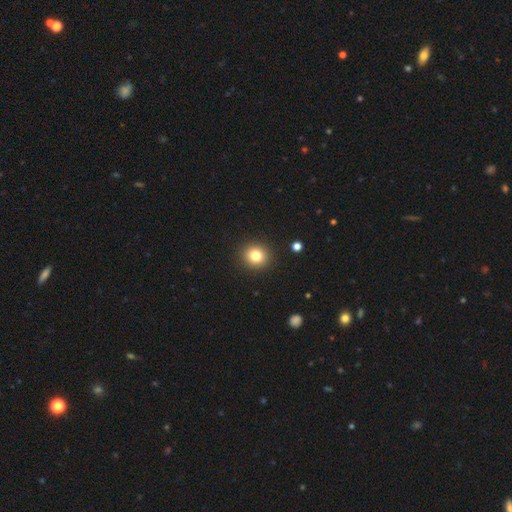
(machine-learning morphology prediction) A smooth galaxy with no disk features (80%) that is round (89%).

Vote fractions:
- Smooth or featured? smooth: 80% / star or artifact: 12% / featured or disk: 8%
- How rounded? round: 89% / in between: 10% / cigar-shaped: 1%
- Merging? none: 92% / minor disturbance: 5% / major disturbance: 2% / merger: 1%